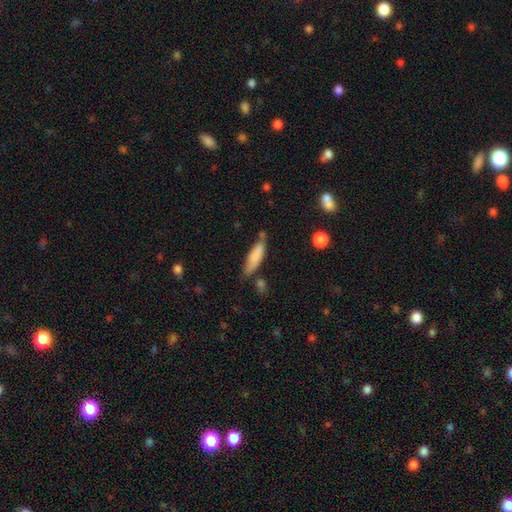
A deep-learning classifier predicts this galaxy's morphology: Smooth or featured? smooth (76%)
How rounded? cigar-shaped (61%)
Merging? none (53%)